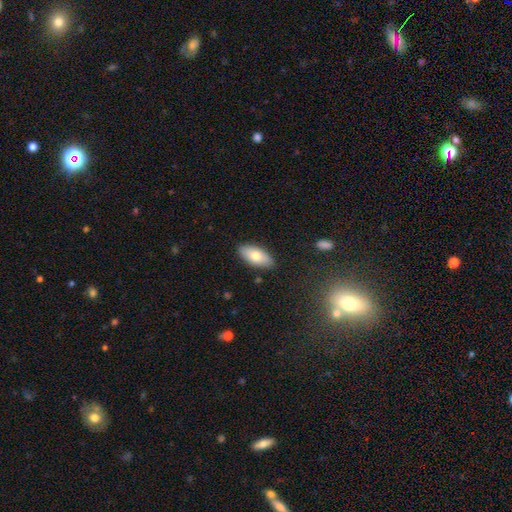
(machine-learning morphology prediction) The model was most divided on "smooth or featured": smooth: 74%, featured or disk: 20%, star or artifact: 6%. More confident: how rounded — in between (91%); merging — none (87%).